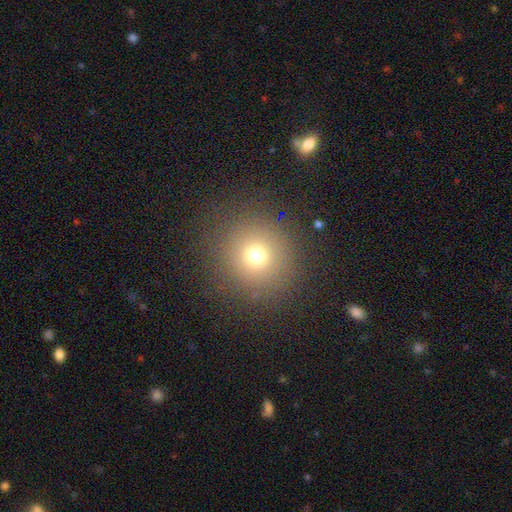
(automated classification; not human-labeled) Morphology: type=smooth (71%); roundness=round (94%); merging=none (87%).